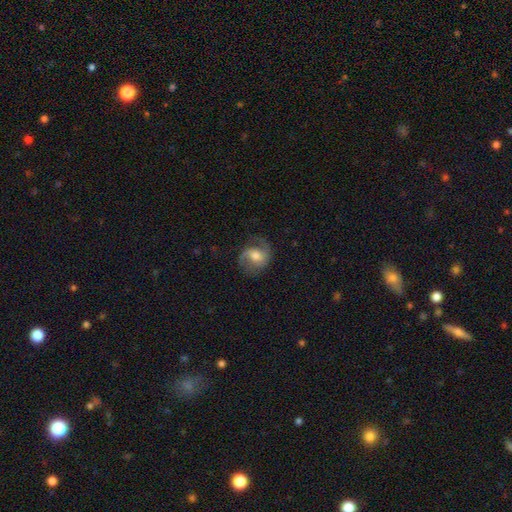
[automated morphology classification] type=featured or disk (71%); edge-on=no (97%); bar=no (48%); spiral arms=yes (93%); winding=medium (48%); arm count=2 (79%); bulge=moderate (65%); merging=none (68%).